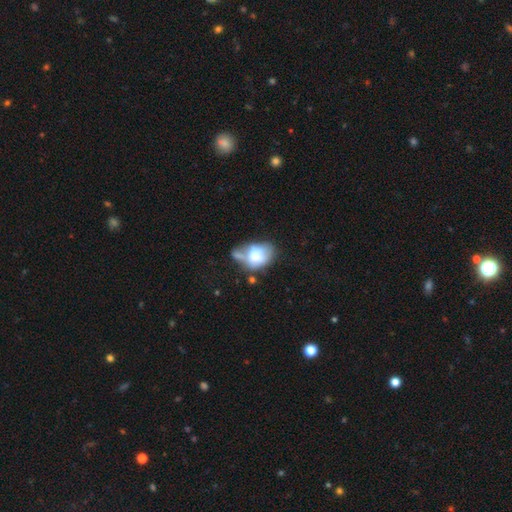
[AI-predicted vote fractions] Morphology: type=smooth (61%); roundness=in between (78%); merging=merger (36%).